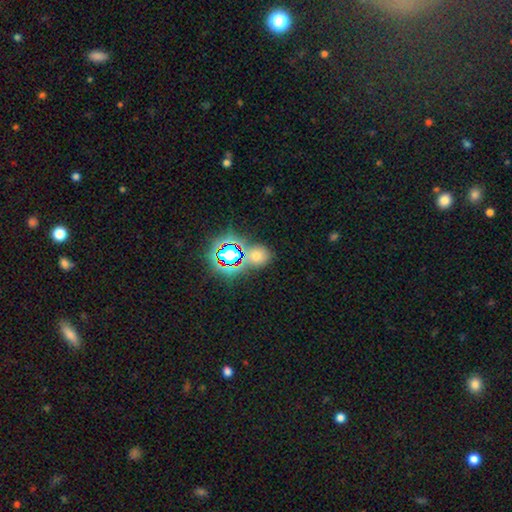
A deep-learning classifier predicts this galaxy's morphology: A smooth galaxy with no disk features (49%).

Vote fractions:
- Smooth or featured? smooth: 49% / star or artifact: 42% / featured or disk: 9%
- Merging? none: 68% / merger: 16% / minor disturbance: 10% / major disturbance: 5%